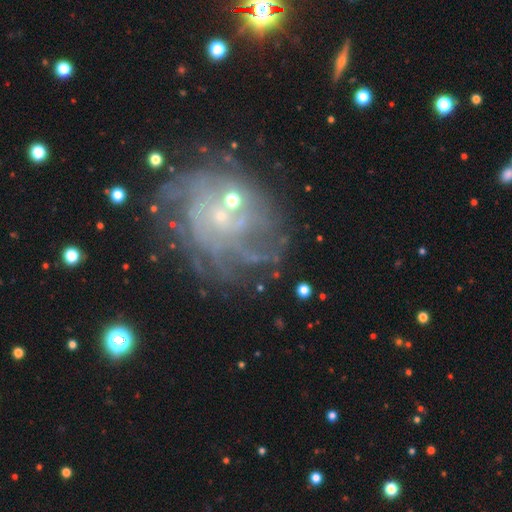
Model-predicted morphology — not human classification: type=featured or disk (76%); edge-on=no (98%); bar=no (75%); spiral arms=yes (85%); winding=tight (52%); arm count=can't tell (40%); bulge=small (72%); merging=none (58%).